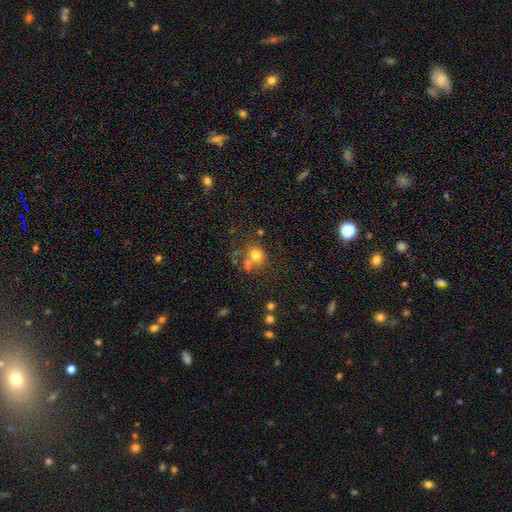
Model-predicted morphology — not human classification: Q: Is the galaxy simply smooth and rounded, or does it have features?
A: smooth — 73%.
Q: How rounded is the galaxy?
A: round — 73%.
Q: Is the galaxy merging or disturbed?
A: none — 50%.